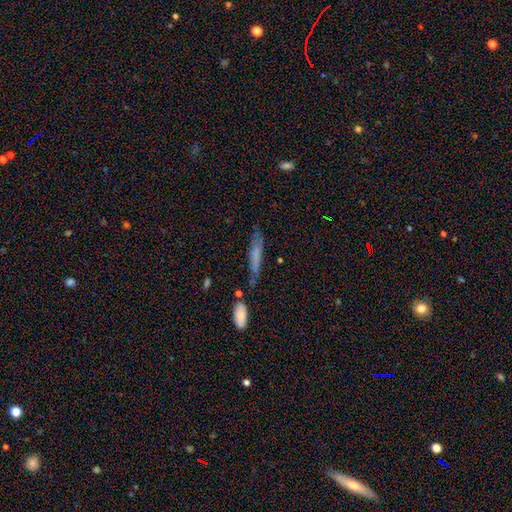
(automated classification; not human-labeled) Smooth or featured? Predicted: smooth (p=0.63). How rounded? Predicted: cigar-shaped (p=0.86). Merging? Predicted: none (p=0.61).